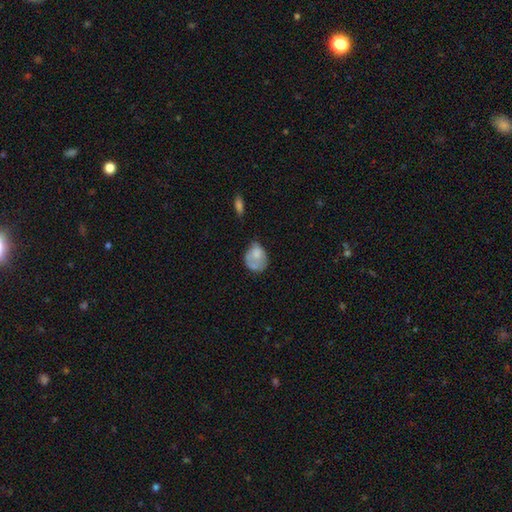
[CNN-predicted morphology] The model was most divided on "merging": none: 38%, minor disturbance: 33%, major disturbance: 23%, merger: 6%. More confident: smooth or featured — smooth (66%); how rounded — in between (59%).